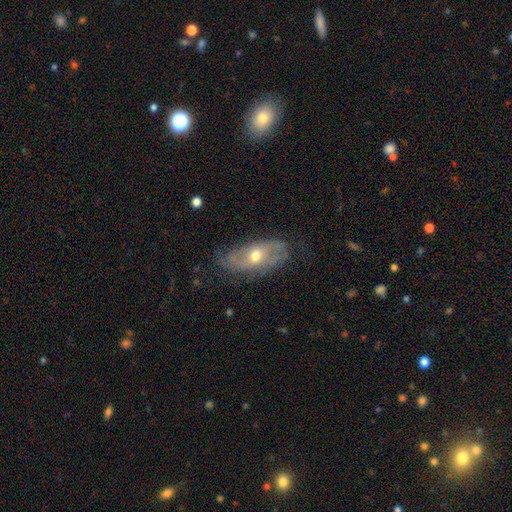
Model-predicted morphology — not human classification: The model was most divided on "smooth or featured": featured or disk: 64%, smooth: 29%, star or artifact: 7%. More confident: edge-on disk — no (85%); bulge size — moderate (72%); spiral arms — yes (69%); merging — none (65%); bar — no (65%).